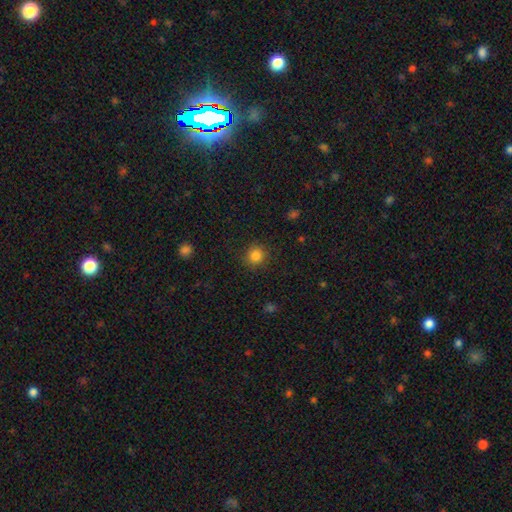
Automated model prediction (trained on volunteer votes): Smooth or featured? smooth (84%)
How rounded? round (91%)
Merging? none (88%)